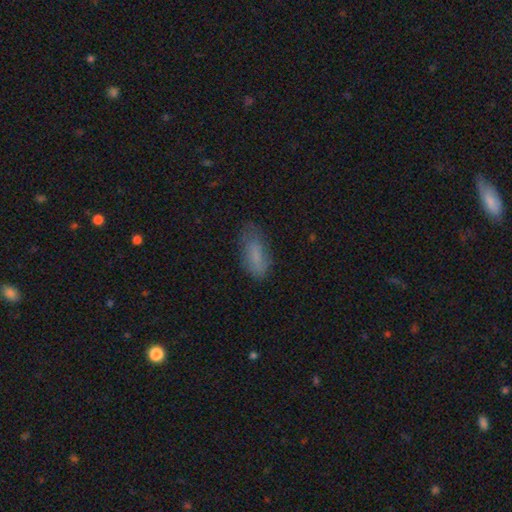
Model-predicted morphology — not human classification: smooth 76%, featured or disk 16%, star or artifact 9%. Down the decision tree: how rounded — in between (77%); merging — none (62%).